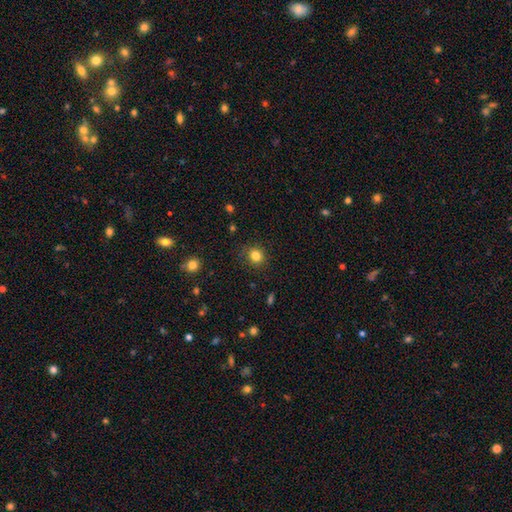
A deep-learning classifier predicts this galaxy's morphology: Smooth or featured? smooth (82%)
How rounded? round (82%)
Merging? none (85%)